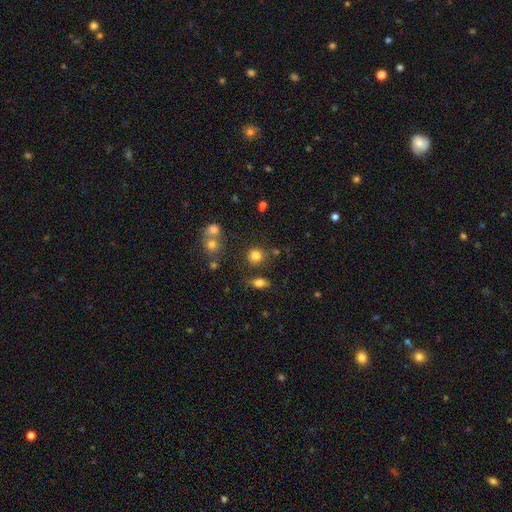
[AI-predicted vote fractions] The model was most divided on "merging": none: 78%, minor disturbance: 11%, merger: 8%, major disturbance: 4%. More confident: how rounded — round (86%); smooth or featured — smooth (81%).